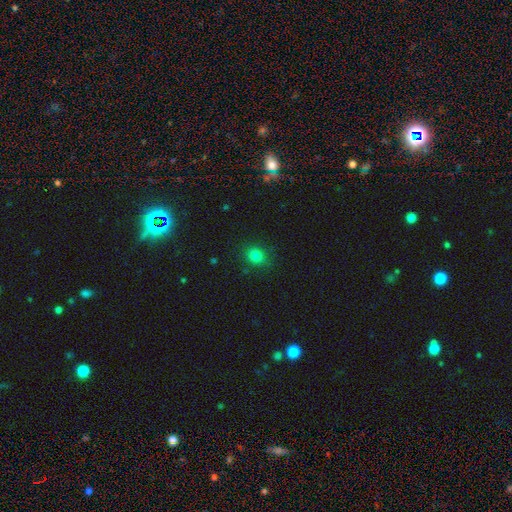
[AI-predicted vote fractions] Smooth or featured? smooth (80%)
How rounded? round (71%)
Merging? none (86%)